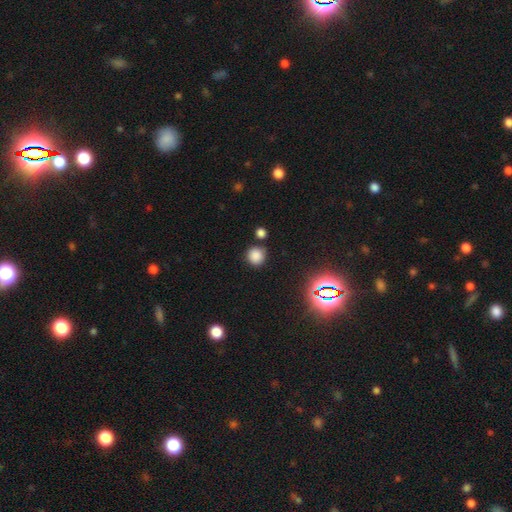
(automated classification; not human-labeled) Q: Smooth or featured?
A: smooth (81%); runner-up: star or artifact (15%)
Q: How rounded?
A: round (86%); runner-up: in between (13%)
Q: Merging?
A: none (80%); runner-up: minor disturbance (10%)